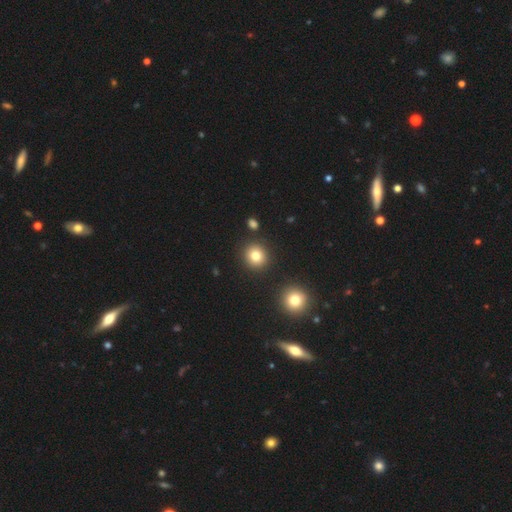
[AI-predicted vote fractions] Smooth or featured? smooth (81%)
How rounded? round (88%)
Merging? none (87%)